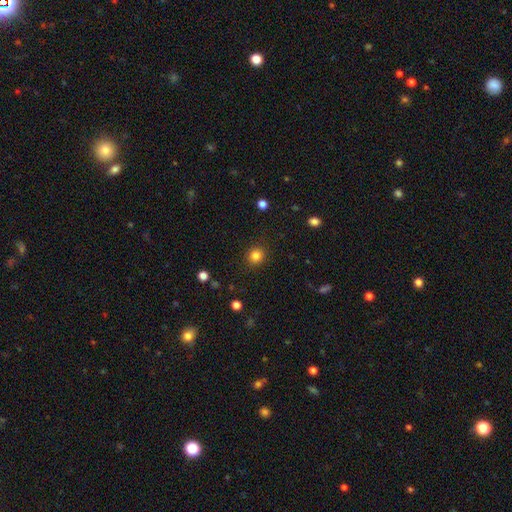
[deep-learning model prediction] The model was most divided on "smooth or featured": smooth: 83%, star or artifact: 12%, featured or disk: 5%. More confident: merging — none (90%); how rounded — round (89%).